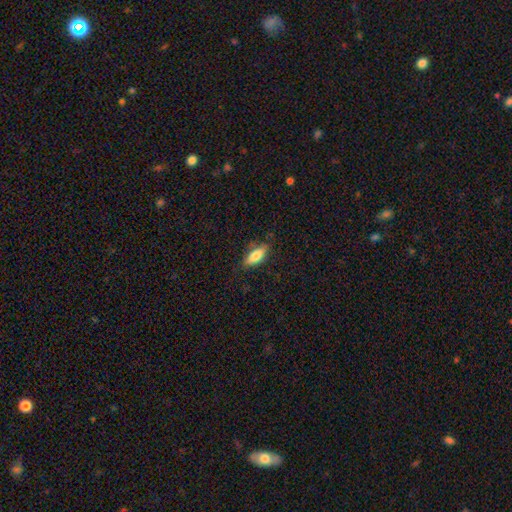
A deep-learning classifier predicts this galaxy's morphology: This is likely a smooth galaxy (74%). How rounded: likely in between (68%). Merging: clearly none (80%).